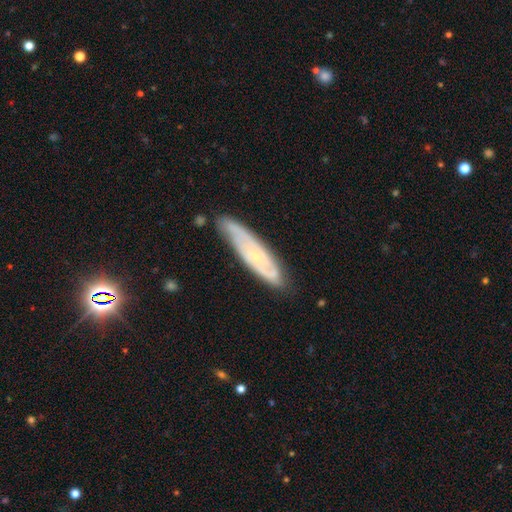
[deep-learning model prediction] A featured or disk galaxy (62%).

Vote fractions:
- Smooth or featured? featured or disk: 62% / smooth: 30% / star or artifact: 8%
- Edge-on disk? no: 66% / yes: 34%
- Merging? none: 71% / minor disturbance: 21% / major disturbance: 5% / merger: 3%